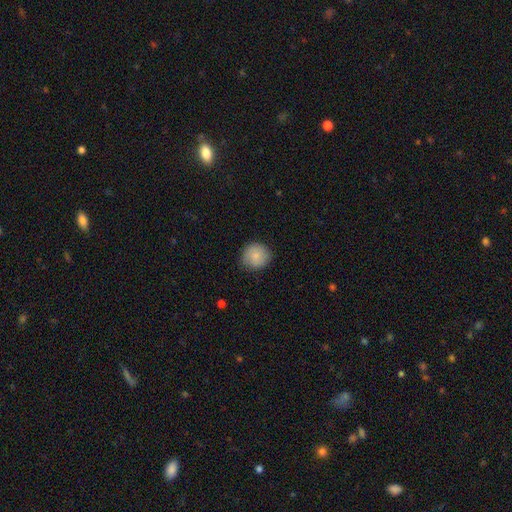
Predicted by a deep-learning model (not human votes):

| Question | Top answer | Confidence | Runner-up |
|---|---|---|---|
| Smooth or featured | smooth | 85% | featured or disk (8%) |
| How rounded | round | 91% | in between (8%) |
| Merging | none | 84% | minor disturbance (13%) |